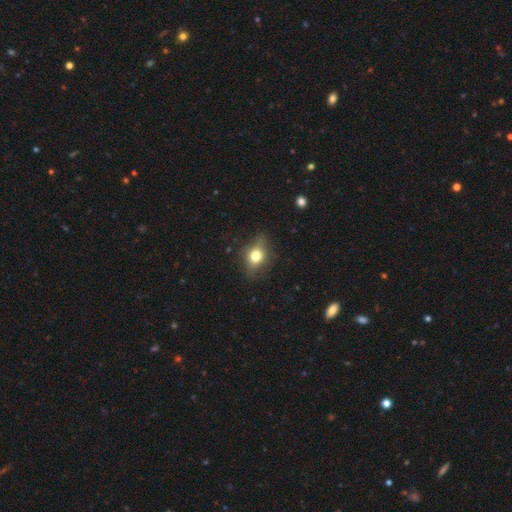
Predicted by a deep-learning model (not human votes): The model was most divided on "how rounded": in between: 57%, round: 39%, cigar-shaped: 4%. More confident: merging — none (71%); smooth or featured — smooth (65%).